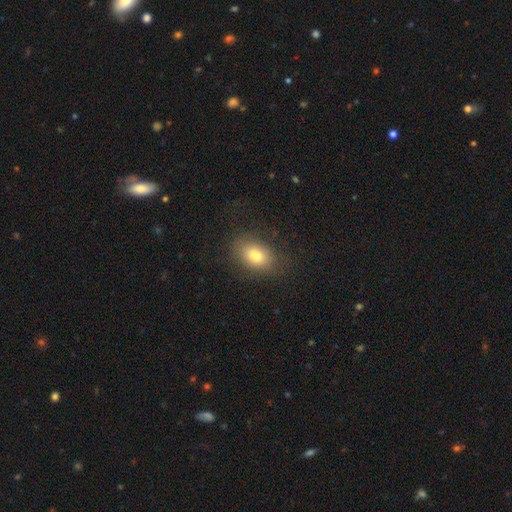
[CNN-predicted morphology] Overall: smooth (79%). How rounded: in between (79%). Merging: none (82%).